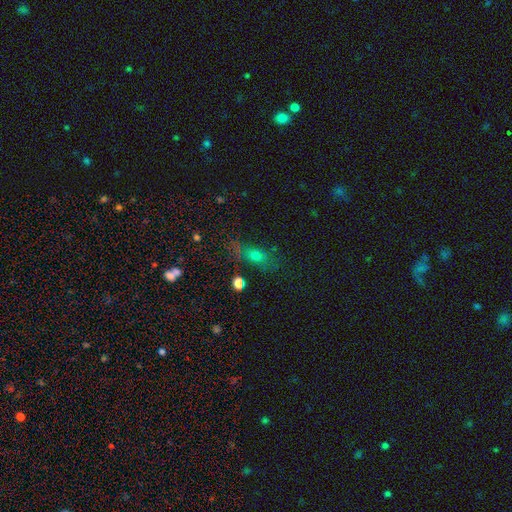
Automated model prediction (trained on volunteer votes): Overall: smooth (62%). How rounded: in between (63%). Merging: none (62%).